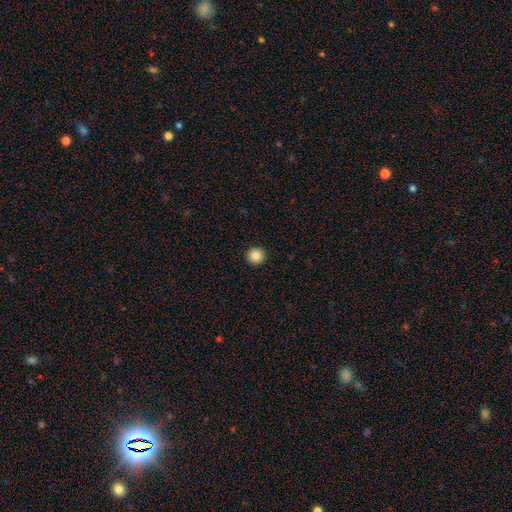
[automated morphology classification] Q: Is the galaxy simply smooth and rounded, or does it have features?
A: smooth — 87%.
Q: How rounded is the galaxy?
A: round — 96%.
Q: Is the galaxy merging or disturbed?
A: none — 94%.